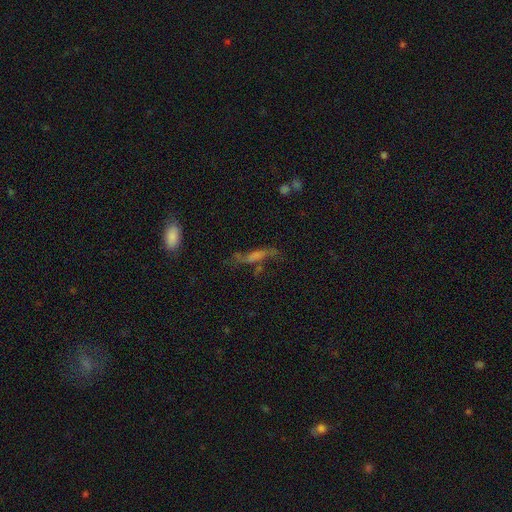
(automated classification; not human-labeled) Smooth or featured? featured or disk (44%)
Merging? none (51%)